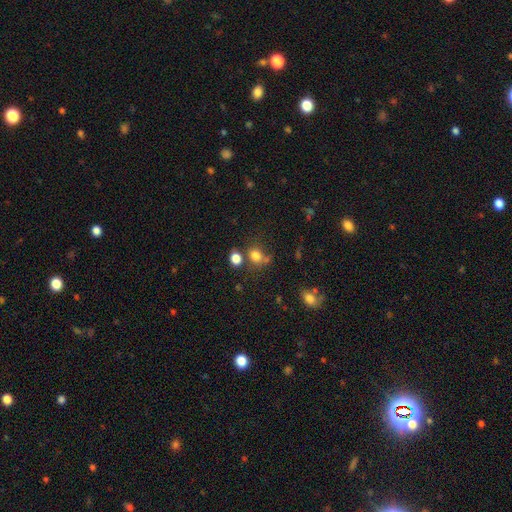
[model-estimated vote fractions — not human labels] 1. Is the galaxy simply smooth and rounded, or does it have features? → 77% smooth, 16% star or artifact, 7% featured or disk.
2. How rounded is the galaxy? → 62% round, 37% in between, 1% cigar-shaped.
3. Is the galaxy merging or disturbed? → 59% none, 21% merger, 14% minor disturbance, 6% major disturbance.